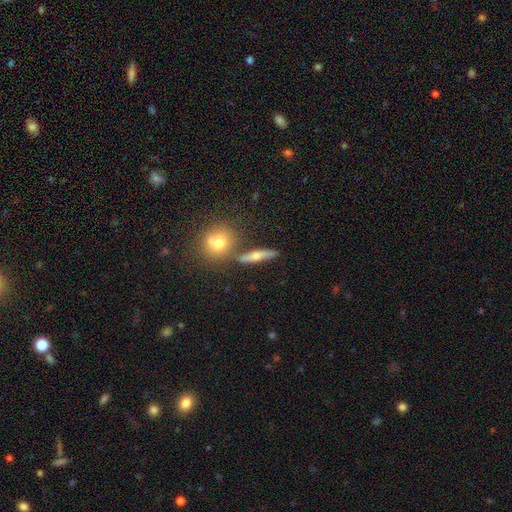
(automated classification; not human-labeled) This appears to be a smooth galaxy with no disk features (45%). Merging: none (71%).